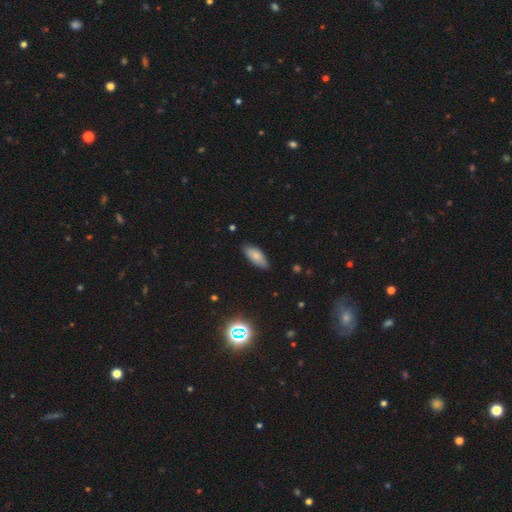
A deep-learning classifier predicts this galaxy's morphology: smooth-or-featured: smooth: 80% | featured or disk: 12% | star or artifact: 8%
  how-rounded: in between: 82% | cigar-shaped: 16% | round: 2%
  merging: none: 82% | minor disturbance: 15% | major disturbance: 2% | merger: 1%